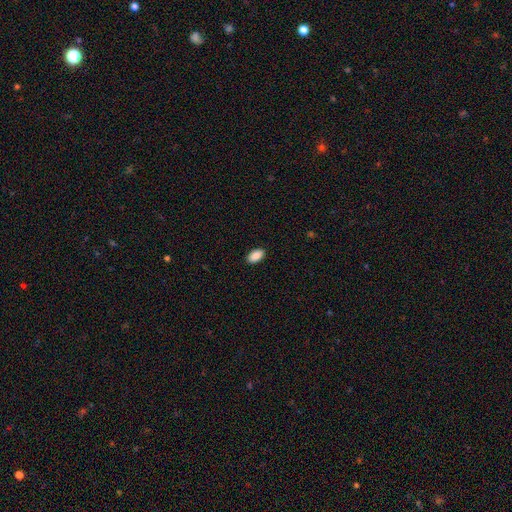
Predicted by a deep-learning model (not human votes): Q: Smooth or featured?
A: smooth (90%); runner-up: star or artifact (7%)
Q: How rounded?
A: in between (94%); runner-up: round (4%)
Q: Merging?
A: none (90%); runner-up: minor disturbance (8%)